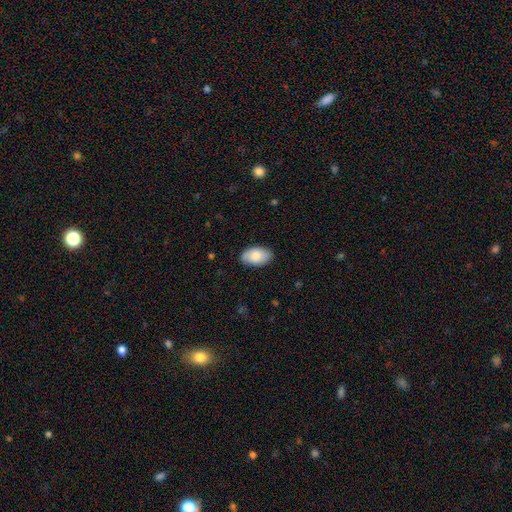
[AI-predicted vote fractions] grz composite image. It shows a smooth galaxy with no disk features (82%) that is in between round and cigar-shaped (94%). Merging: none (86%).